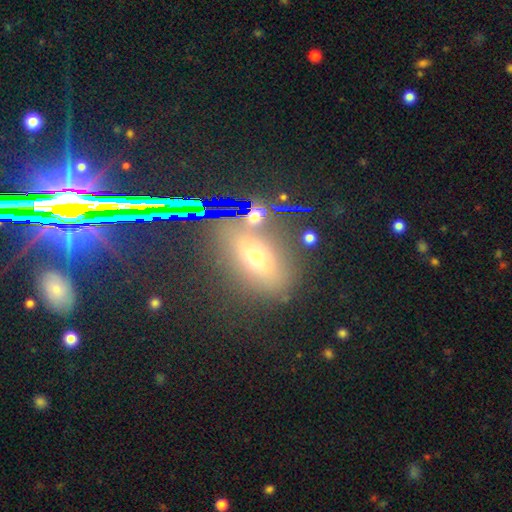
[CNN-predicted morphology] smooth_or_featured: smooth (p=0.51) [alt: star or artifact p=0.31]
how_rounded: in between (p=0.66) [alt: round p=0.26]
merging: none (p=0.71) [alt: minor disturbance p=0.13]